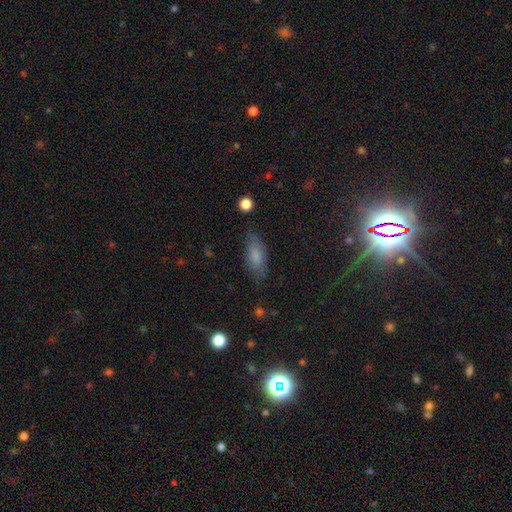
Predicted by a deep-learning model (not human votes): A smooth galaxy with no disk features (75%) that is in between round and cigar-shaped (77%).

Vote fractions:
- Smooth or featured? smooth: 75% / featured or disk: 15% / star or artifact: 10%
- How rounded? in between: 77% / cigar-shaped: 20% / round: 3%
- Merging? none: 74% / minor disturbance: 19% / major disturbance: 5% / merger: 2%